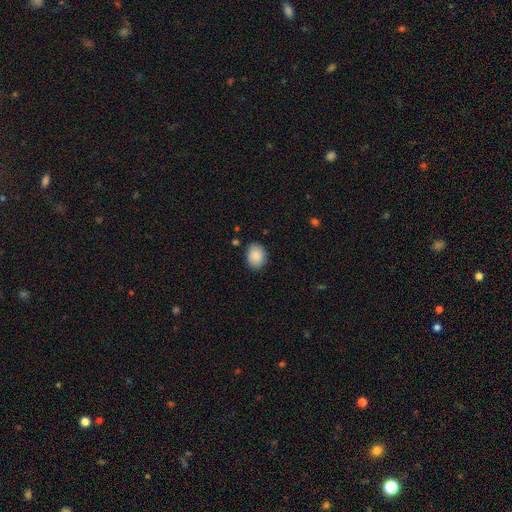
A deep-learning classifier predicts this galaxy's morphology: A smooth galaxy with no disk features (89%) that is in between round and cigar-shaped (50%). Merging: none (85%).